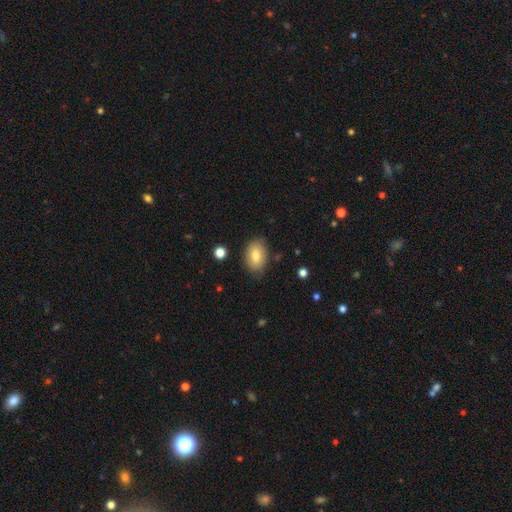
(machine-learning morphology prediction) Q: Smooth or featured?
A: smooth (78%); runner-up: featured or disk (14%)
Q: How rounded?
A: in between (87%); runner-up: round (12%)
Q: Merging?
A: none (78%); runner-up: minor disturbance (17%)